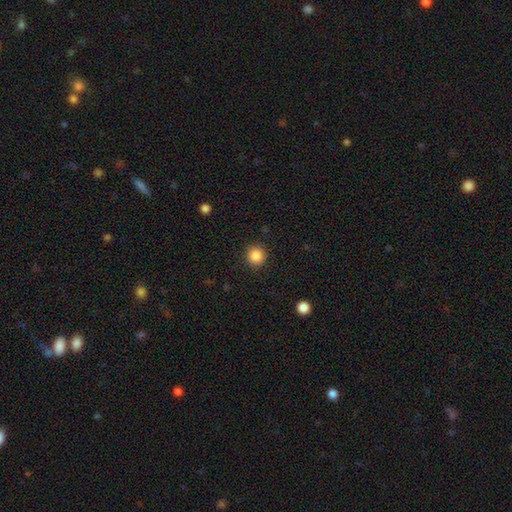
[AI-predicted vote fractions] smooth-or-featured: smooth: 87% | star or artifact: 10% | featured or disk: 3%
  how-rounded: round: 94% | in between: 5% | cigar-shaped: 1%
  merging: none: 91% | minor disturbance: 6% | major disturbance: 2% | merger: 1%